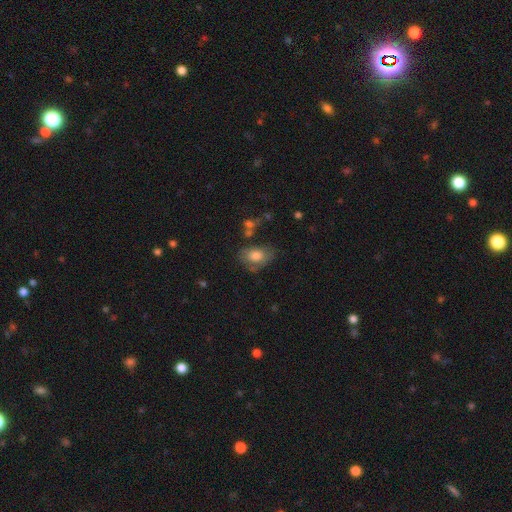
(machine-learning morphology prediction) smooth 73%, featured or disk 19%, star or artifact 8%. Down the decision tree: how rounded — in between (84%); merging — none (54%).